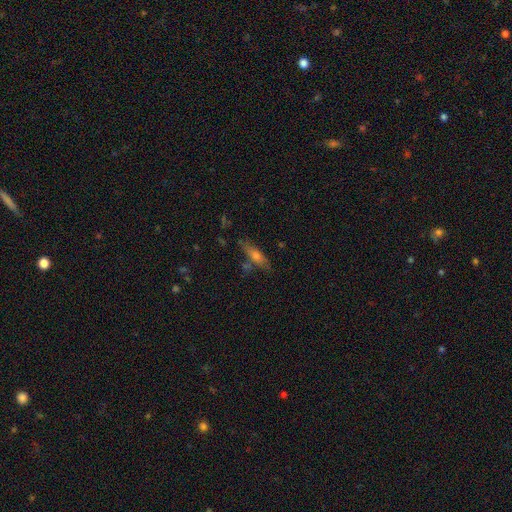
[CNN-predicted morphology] Smooth or featured? Predicted: smooth (p=0.53). How rounded? Predicted: cigar-shaped (p=0.59). Merging? Predicted: none (p=0.70).